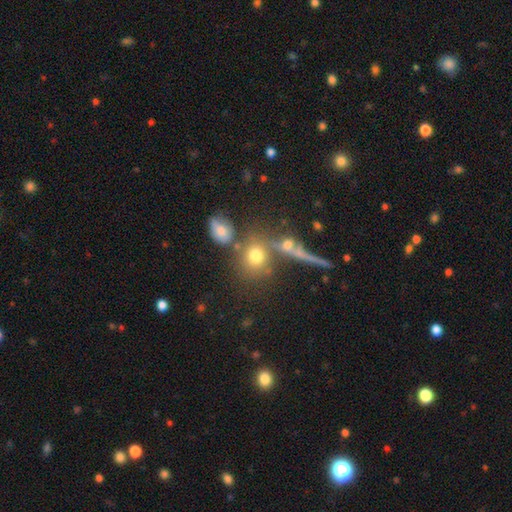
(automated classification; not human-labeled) This appears to be a smooth galaxy with no disk features (70%) that is round (74%). Merging: none (57%).